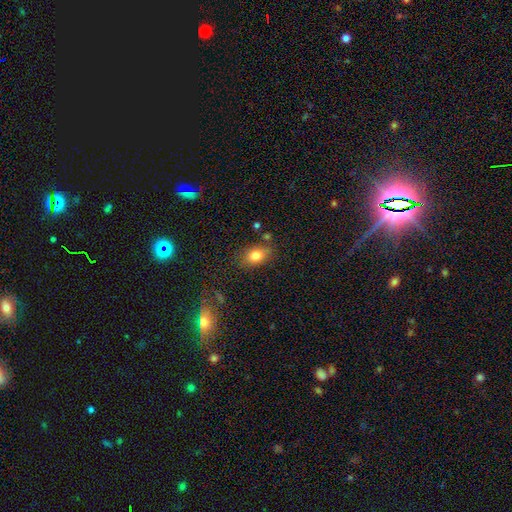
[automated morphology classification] smooth_or_featured: smooth (p=0.82) [alt: star or artifact p=0.10]
how_rounded: in between (p=0.77) [alt: round p=0.21]
merging: none (p=0.73) [alt: minor disturbance p=0.17]